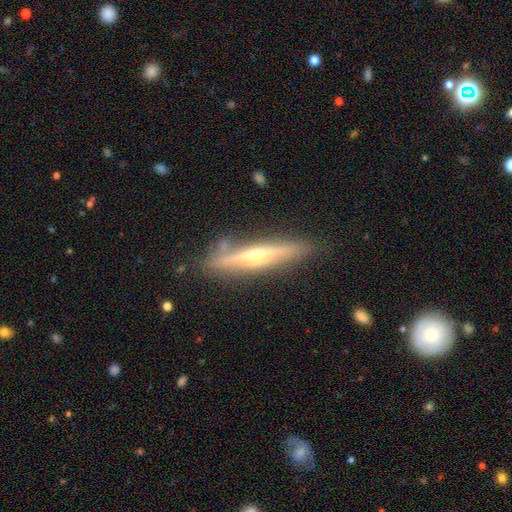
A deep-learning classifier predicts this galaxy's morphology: Q: Smooth or featured?
A: featured or disk (75%); runner-up: smooth (19%)
Q: Edge-on disk?
A: yes (95%); runner-up: no (5%)
Q: Edge-on bulge?
A: rounded (79%); runner-up: none (16%)
Q: Merging?
A: none (84%); runner-up: minor disturbance (11%)